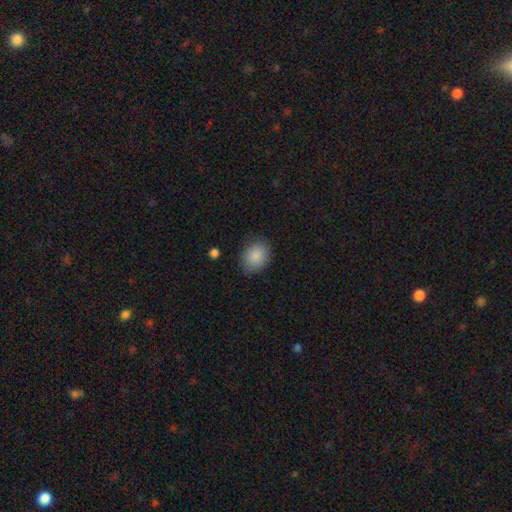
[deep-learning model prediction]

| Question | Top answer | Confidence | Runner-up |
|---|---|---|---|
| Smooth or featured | smooth | 88% | star or artifact (7%) |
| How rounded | in between | 57% | round (42%) |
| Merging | none | 81% | minor disturbance (14%) |